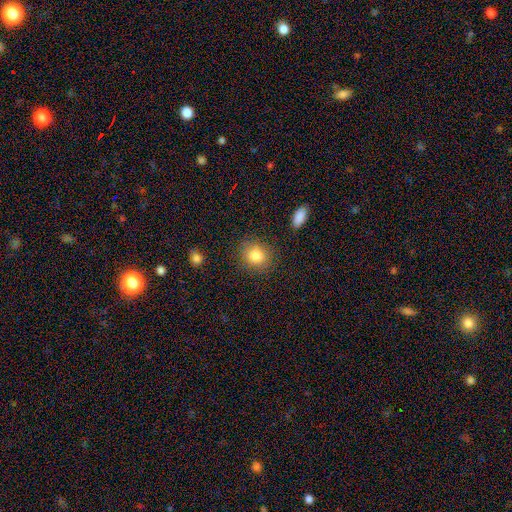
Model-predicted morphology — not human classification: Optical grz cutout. It shows a smooth galaxy with no disk features (84%) that is round (72%). Merging: none (84%).